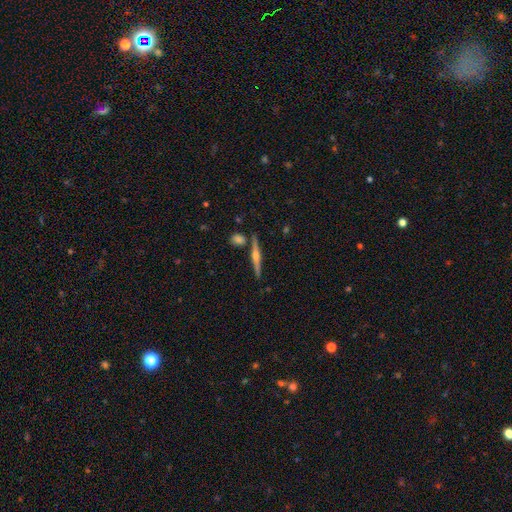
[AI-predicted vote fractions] Smooth or featured? featured or disk (80%)
Edge-on disk? yes (98%)
Edge-on bulge? rounded (90%)
Merging? none (87%)